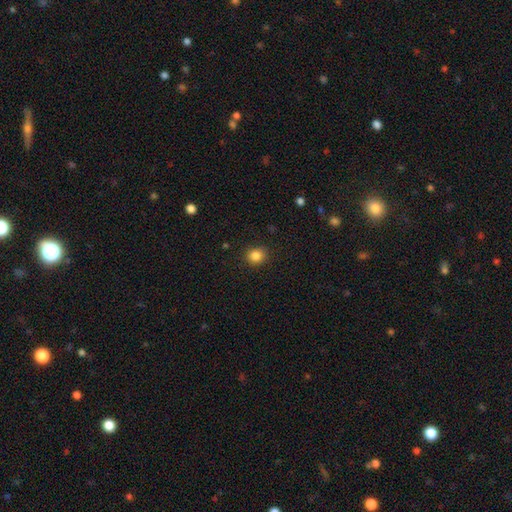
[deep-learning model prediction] Smooth or featured?
  - smooth: 85% *
  - star or artifact: 11%
  - featured or disk: 4%
How rounded?
  - round: 78% *
  - in between: 22%
  - cigar-shaped: 1%
Merging?
  - none: 89% *
  - minor disturbance: 7%
  - major disturbance: 2%
  - merger: 1%